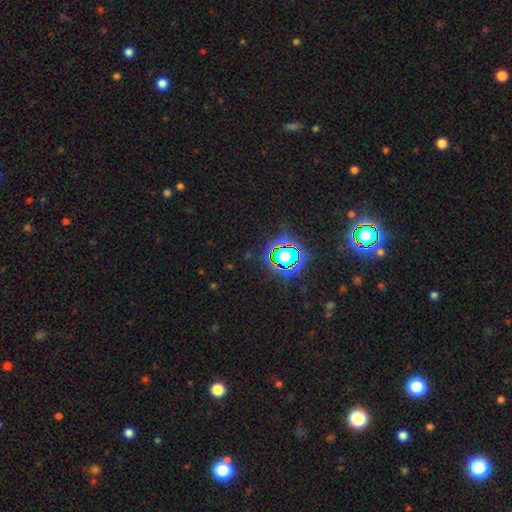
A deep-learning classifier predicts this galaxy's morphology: This is likely a star or artifact rather than a galaxy (79%).